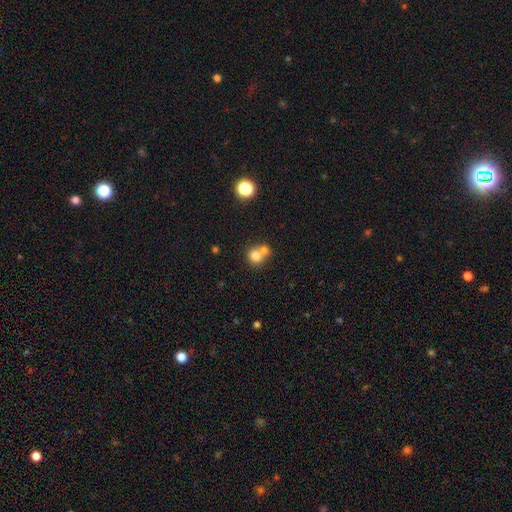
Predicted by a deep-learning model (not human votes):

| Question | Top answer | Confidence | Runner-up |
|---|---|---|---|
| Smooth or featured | smooth | 76% | star or artifact (12%) |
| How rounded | round | 82% | in between (17%) |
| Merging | merger | 53% | none (38%) |